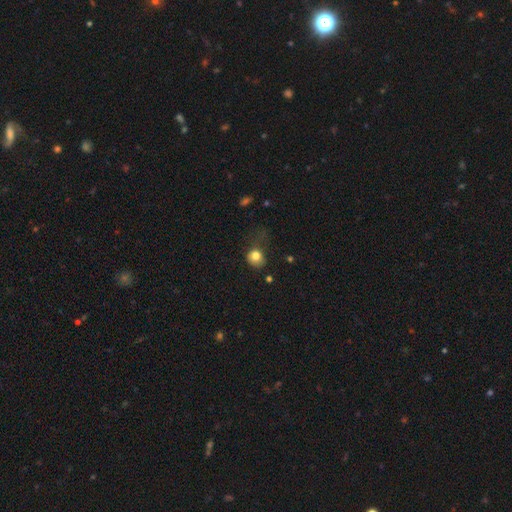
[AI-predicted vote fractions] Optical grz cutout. It shows a smooth galaxy with no disk features (79%) that is round (71%). Merging: none (39%).